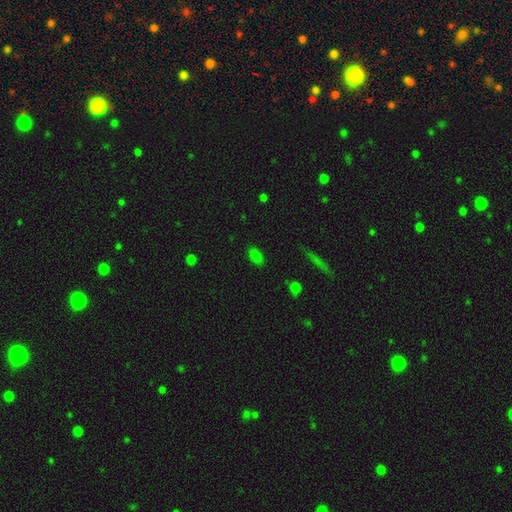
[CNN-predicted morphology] This is likely a smooth galaxy (79%). How rounded: clearly in between (90%). Merging: clearly none (84%).